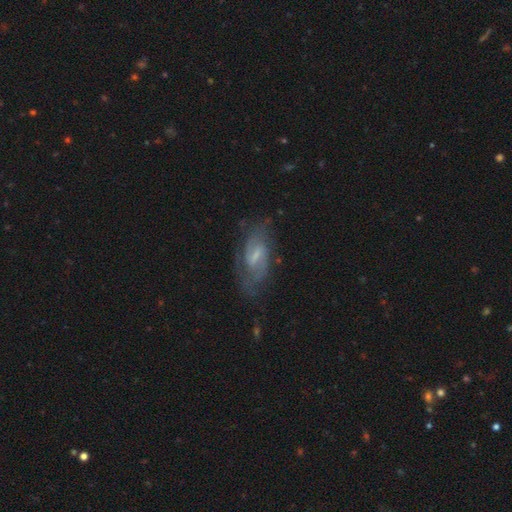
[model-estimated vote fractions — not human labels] Morphology: type=featured or disk (76%); edge-on=no (93%); bar=weak (58%); spiral arms=yes (89%); winding=medium (49%); arm count=2 (71%); bulge=small (49%); merging=none (68%).